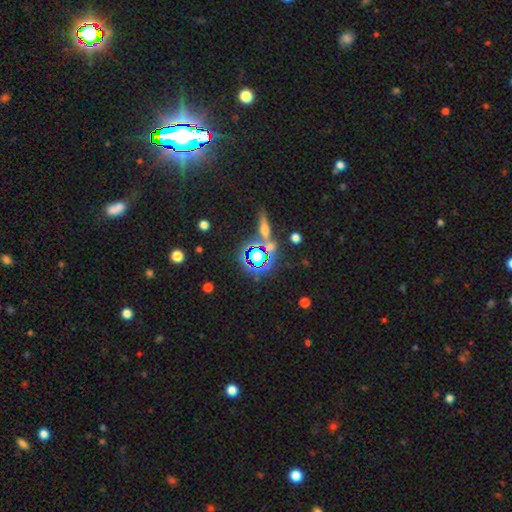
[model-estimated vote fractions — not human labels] Morphology: type=star or artifact (52%).